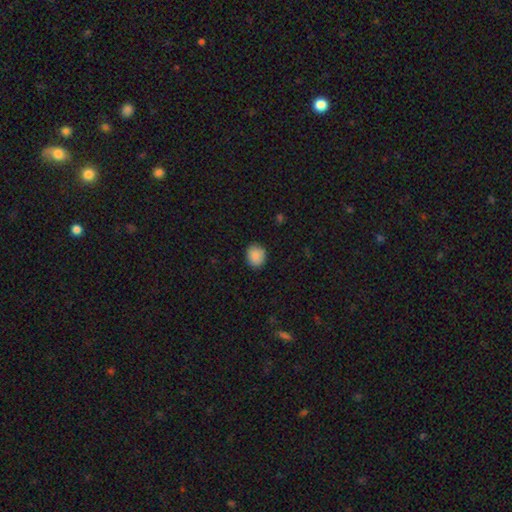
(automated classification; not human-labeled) This appears to be a smooth galaxy with no disk features (88%) that is round (70%). Merging: none (86%).